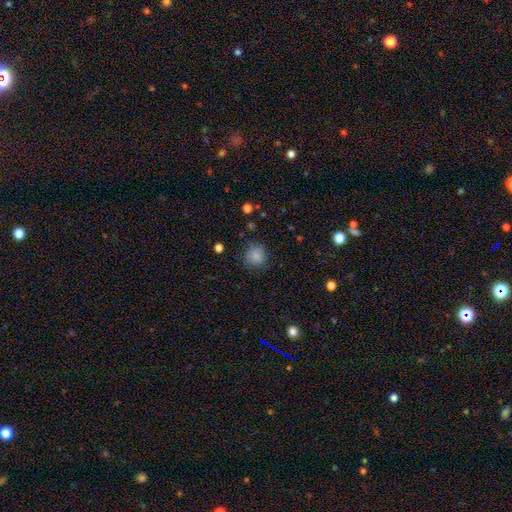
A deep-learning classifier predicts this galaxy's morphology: smooth 83%, star or artifact 11%, featured or disk 6%. Down the decision tree: how rounded — round (87%); merging — none (80%).